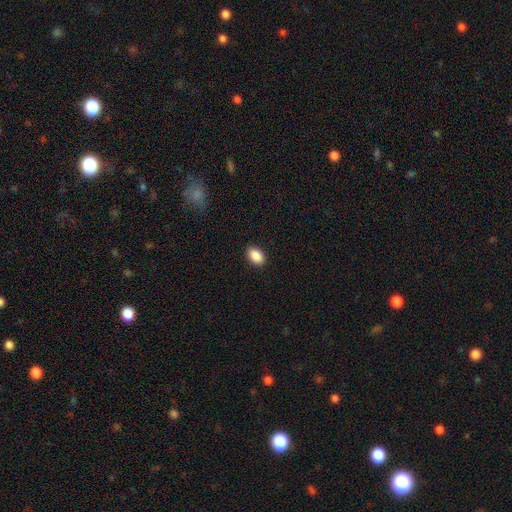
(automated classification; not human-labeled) A smooth galaxy with no disk features (89%) that is in between round and cigar-shaped (89%).

Vote fractions:
- Smooth or featured? smooth: 89% / star or artifact: 7% / featured or disk: 3%
- How rounded? in between: 89% / round: 9% / cigar-shaped: 1%
- Merging? none: 90% / minor disturbance: 7% / major disturbance: 2% / merger: 1%